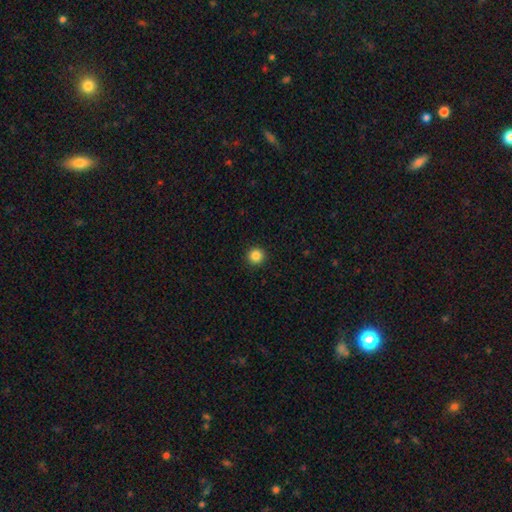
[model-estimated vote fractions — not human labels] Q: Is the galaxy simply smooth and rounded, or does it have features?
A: smooth — 85%.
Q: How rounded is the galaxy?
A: round — 95%.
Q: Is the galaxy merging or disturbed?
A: none — 93%.